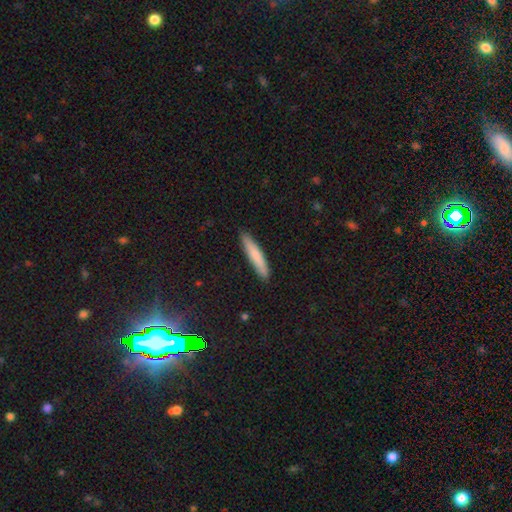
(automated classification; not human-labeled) Smooth or featured?
  - smooth: 77% *
  - featured or disk: 17%
  - star or artifact: 6%
How rounded?
  - cigar-shaped: 92% *
  - in between: 7%
  - round: 1%
Merging?
  - none: 89% *
  - minor disturbance: 8%
  - major disturbance: 2%
  - merger: 1%